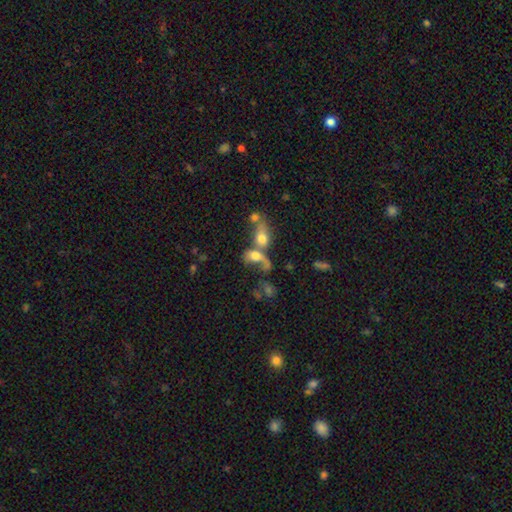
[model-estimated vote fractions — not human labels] A smooth galaxy with no disk features (60%) that is in between round and cigar-shaped (70%). Merging: merger (68%).